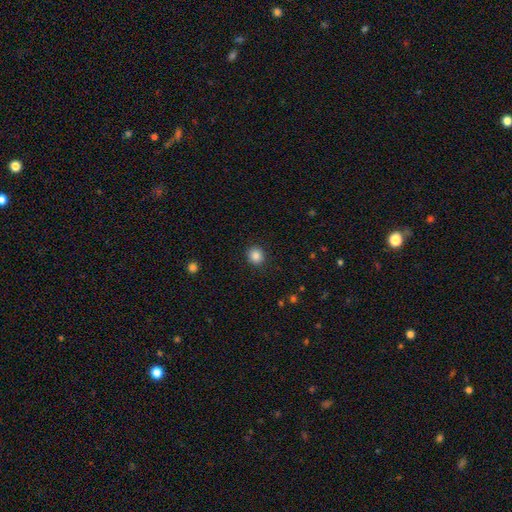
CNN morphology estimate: Smooth or featured? smooth (86%)
How rounded? round (84%)
Merging? none (91%)